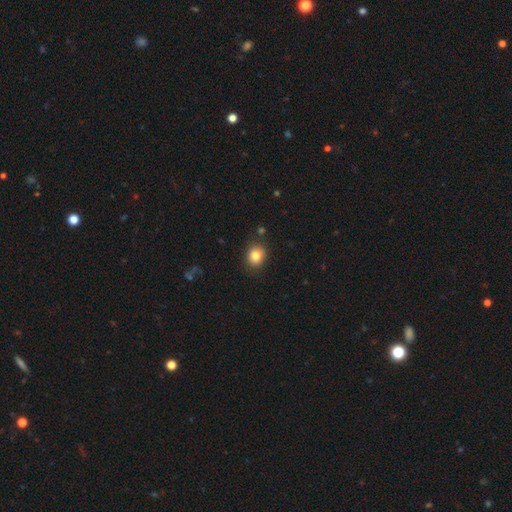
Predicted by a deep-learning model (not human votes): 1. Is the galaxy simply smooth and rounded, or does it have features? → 82% smooth, 11% star or artifact, 7% featured or disk.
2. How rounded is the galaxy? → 72% round, 27% in between, 1% cigar-shaped.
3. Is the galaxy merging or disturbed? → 85% none, 10% minor disturbance, 3% major disturbance, 2% merger.